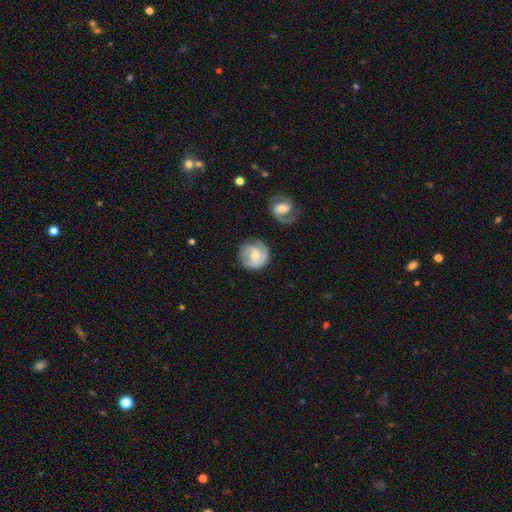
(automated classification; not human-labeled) Overall: featured or disk (65%; smooth 29%). Edge-on disk: no (97%). Bar: no (51%; weak 41%). Spiral arms: yes (90%). Spiral arm count: 2 (50%; can't tell 17%). Spiral winding: tight (45%; medium 40%). Bulge size: moderate (57%; small 34%). Merging: none (65%).